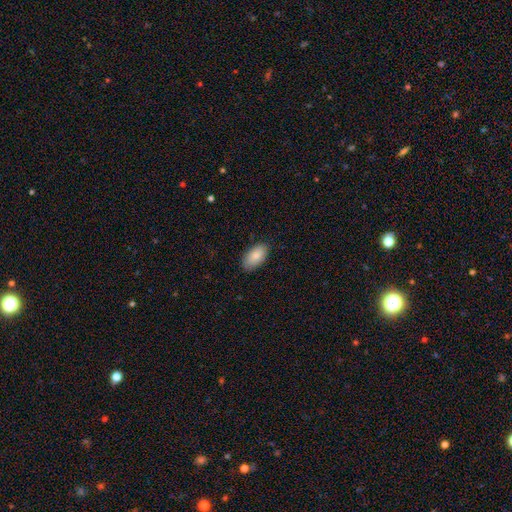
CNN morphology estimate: The model was most divided on "merging": none: 84%, minor disturbance: 12%, major disturbance: 2%, merger: 1%. More confident: how rounded — in between (94%); smooth or featured — smooth (86%).